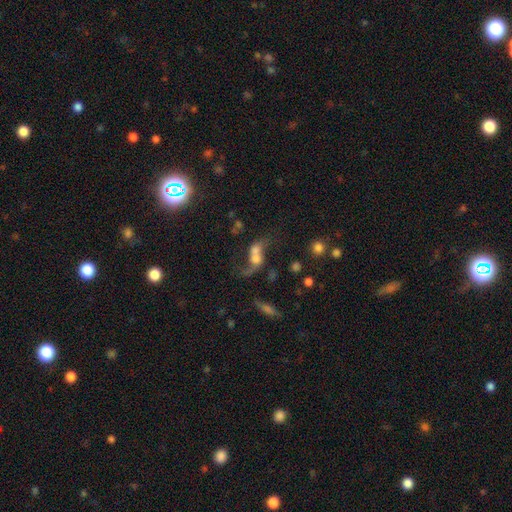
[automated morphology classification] featured or disk 47%, smooth 38%, star or artifact 14%. Down the decision tree: merging — merger (62%).